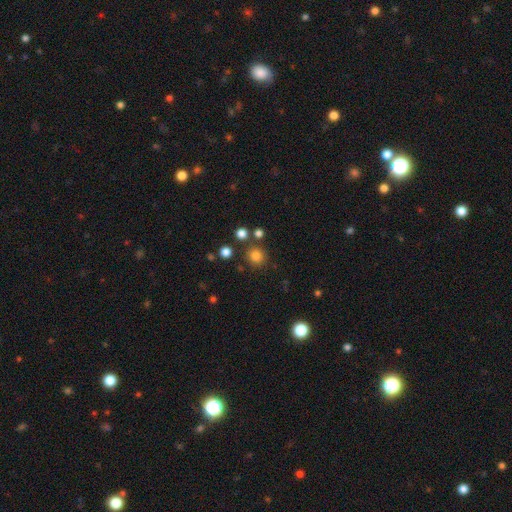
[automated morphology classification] Smooth or featured? smooth (80%)
How rounded? round (91%)
Merging? none (82%)